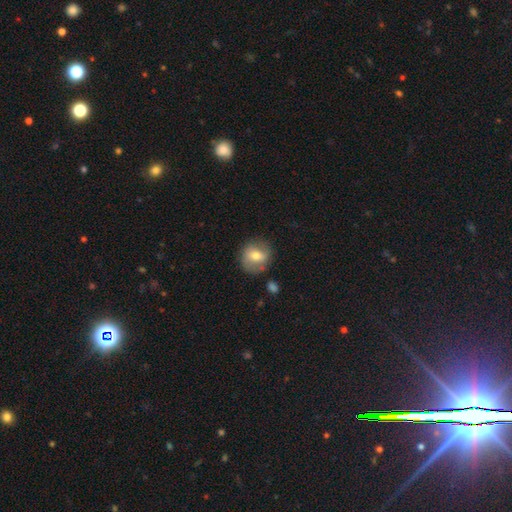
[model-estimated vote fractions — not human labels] This appears to be a smooth galaxy with no disk features (61%) that is round (82%). Merging: none (76%).